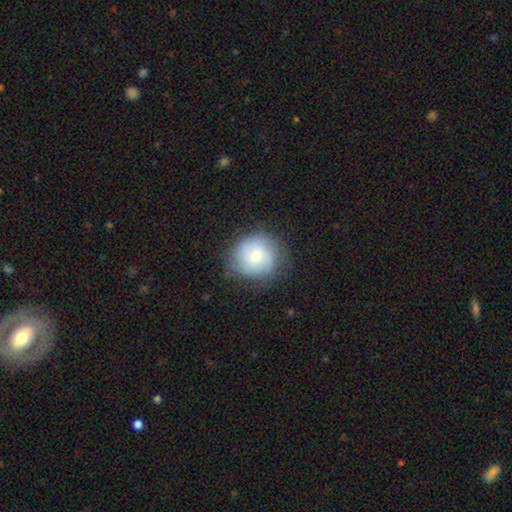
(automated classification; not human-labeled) Morphology: type=smooth (56%); roundness=round (90%); merging=none (71%).